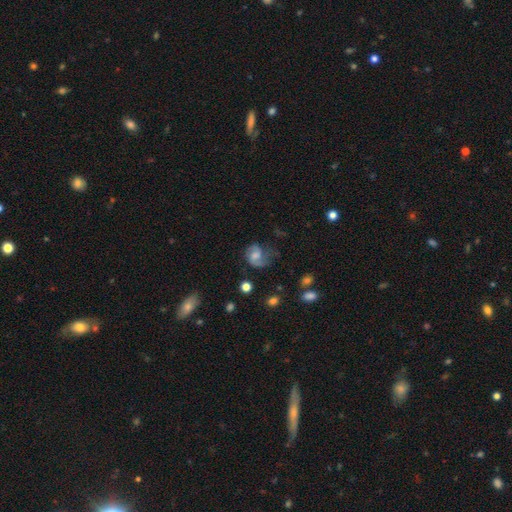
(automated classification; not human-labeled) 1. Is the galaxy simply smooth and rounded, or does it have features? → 64% featured or disk, 27% smooth, 9% star or artifact.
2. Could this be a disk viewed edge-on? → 98% no, 2% yes.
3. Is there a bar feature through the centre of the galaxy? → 49% no, 42% weak, 9% strong.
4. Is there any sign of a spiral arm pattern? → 89% yes, 11% no.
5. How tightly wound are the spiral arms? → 46% medium, 37% loose, 17% tight.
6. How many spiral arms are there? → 77% 2, 11% 1, 8% can't tell, 2% 3, 1% 4, 1% more than 4.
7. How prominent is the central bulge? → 37% moderate, 30% small, 21% none, 10% large, 2% dominant.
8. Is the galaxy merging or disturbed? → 50% none, 25% minor disturbance, 22% major disturbance, 3% merger.